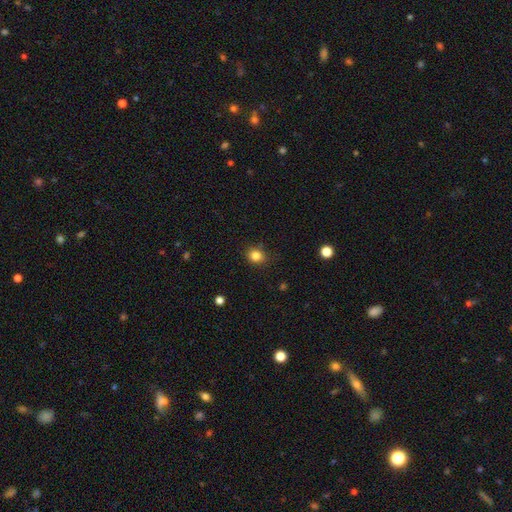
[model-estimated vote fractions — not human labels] Morphology: type=smooth (84%); roundness=round (73%); merging=none (83%).